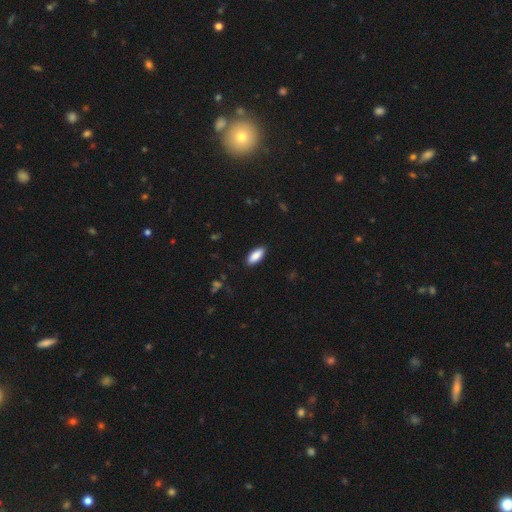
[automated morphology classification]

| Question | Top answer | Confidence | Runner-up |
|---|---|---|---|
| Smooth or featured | smooth | 88% | star or artifact (6%) |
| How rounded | in between | 77% | cigar-shaped (21%) |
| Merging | none | 89% | minor disturbance (8%) |